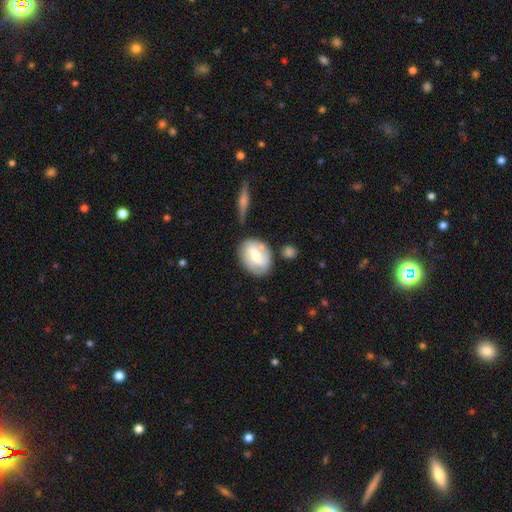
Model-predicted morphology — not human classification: Smooth or featured?
  - featured or disk: 47% *
  - smooth: 46%
  - star or artifact: 7%
Merging?
  - none: 67% *
  - minor disturbance: 19%
  - merger: 8%
  - major disturbance: 6%